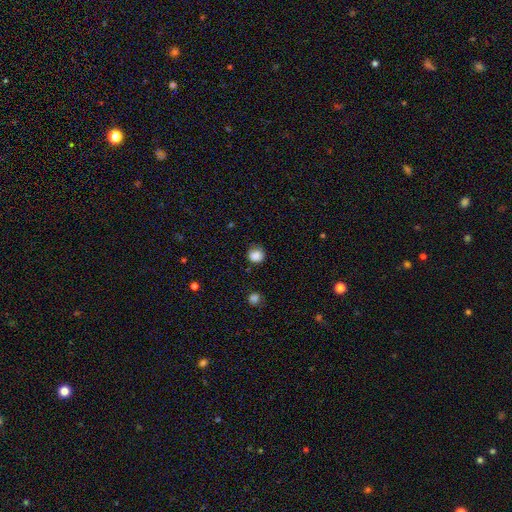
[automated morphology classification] A smooth galaxy with no disk features (85%) that is round (89%). Merging: none (79%).